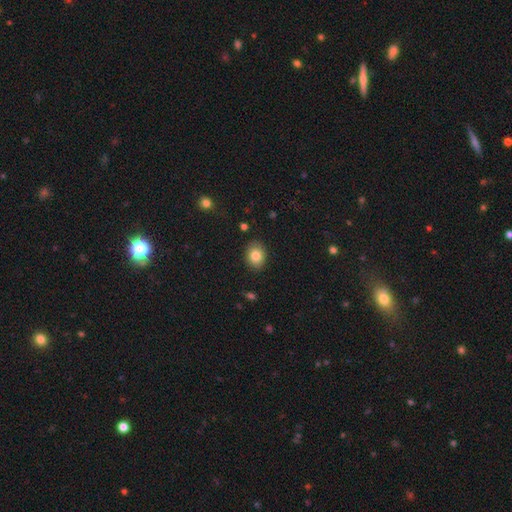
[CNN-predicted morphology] Q: Smooth or featured?
A: smooth (82%); runner-up: star or artifact (9%)
Q: How rounded?
A: in between (60%); runner-up: round (39%)
Q: Merging?
A: none (88%); runner-up: minor disturbance (9%)